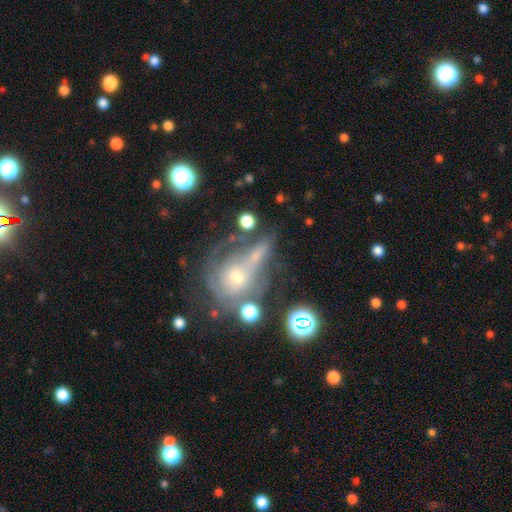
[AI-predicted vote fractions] This is possibly a featured or disk galaxy (46%). Merging: marginally none (40%).